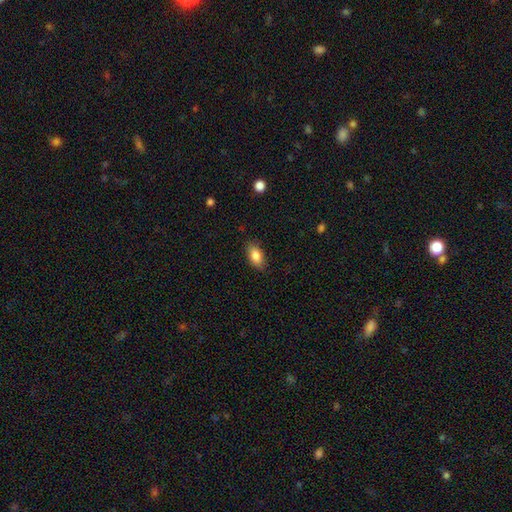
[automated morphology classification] This is clearly a smooth galaxy (85%). How rounded: clearly in between (90%). Merging: clearly none (84%).